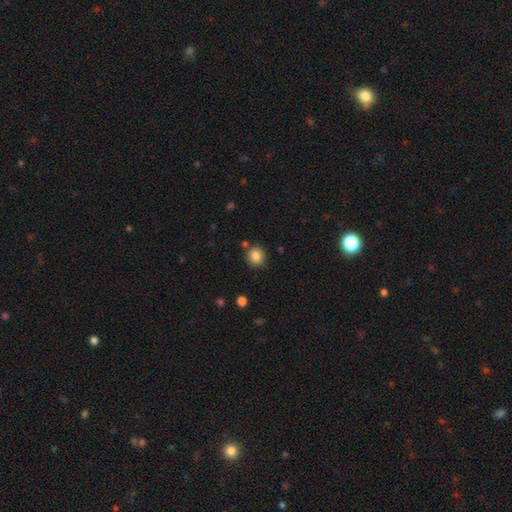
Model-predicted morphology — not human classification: Smooth or featured? Predicted: smooth (p=0.84). How rounded? Predicted: round (p=0.86). Merging? Predicted: none (p=0.84).